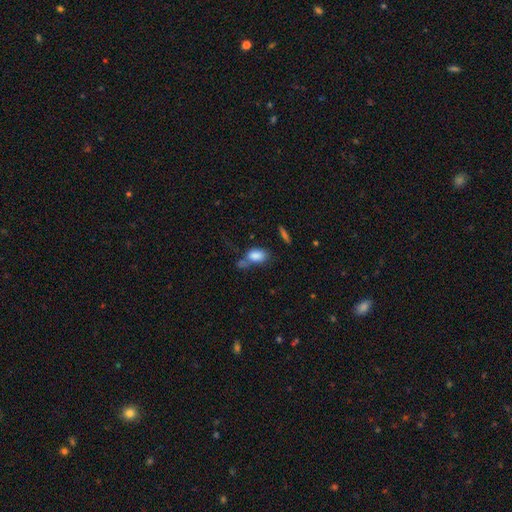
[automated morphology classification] smooth_or_featured: smooth (p=0.82) [alt: featured or disk p=0.09]
how_rounded: in between (p=0.87) [alt: round p=0.09]
merging: none (p=0.36) [alt: merger p=0.29]